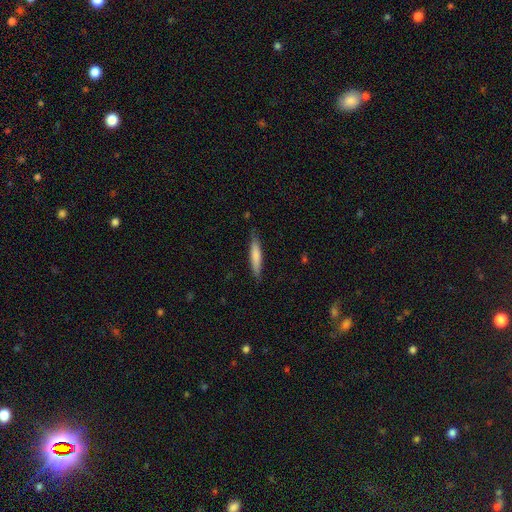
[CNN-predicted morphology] This is likely a smooth galaxy (75%). How rounded: clearly cigar-shaped (87%). Merging: clearly none (82%).